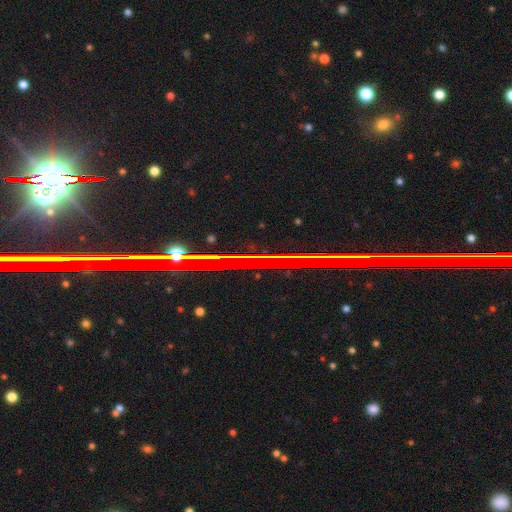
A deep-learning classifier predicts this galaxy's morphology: type=star or artifact (82%).